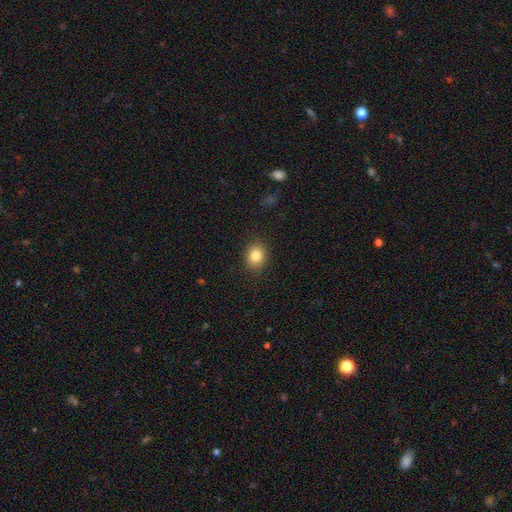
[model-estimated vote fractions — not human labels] Q: Smooth or featured?
A: smooth (84%); runner-up: star or artifact (10%)
Q: How rounded?
A: round (59%); runner-up: in between (40%)
Q: Merging?
A: none (89%); runner-up: minor disturbance (8%)